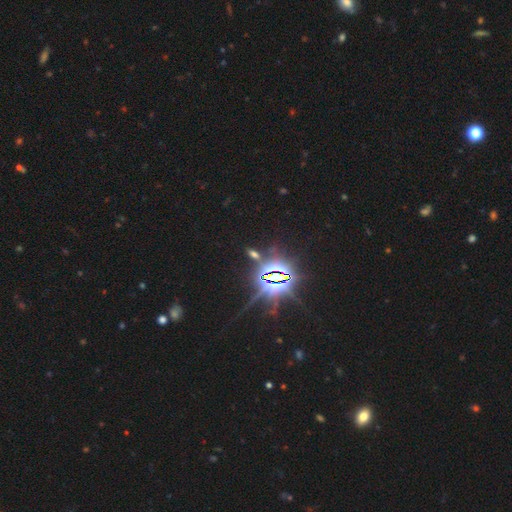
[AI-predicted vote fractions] Smooth or featured? Predicted: star or artifact (p=0.85).